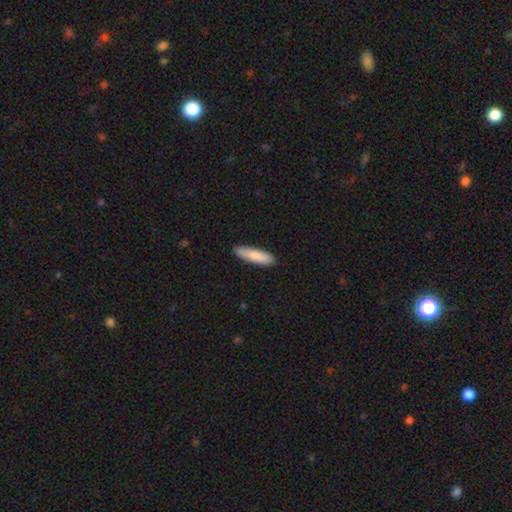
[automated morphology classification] type=smooth (86%); roundness=cigar-shaped (72%); merging=none (88%).